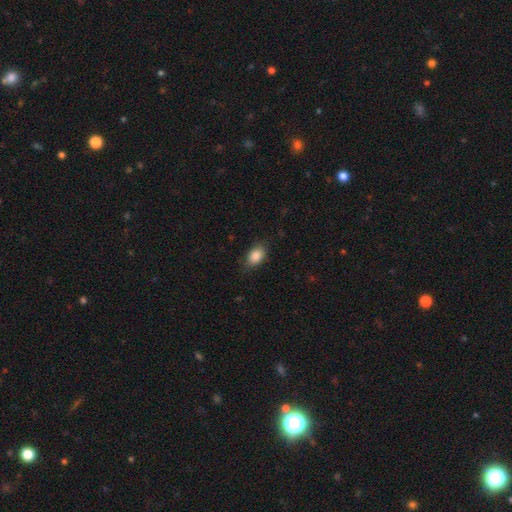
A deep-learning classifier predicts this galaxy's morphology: Overall: smooth (87%). How rounded: in between (84%). Merging: none (80%).